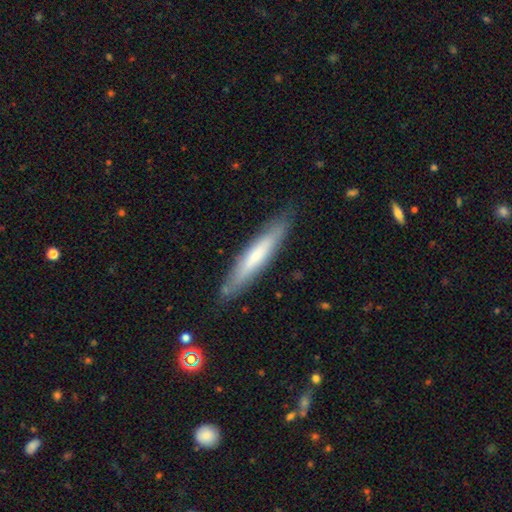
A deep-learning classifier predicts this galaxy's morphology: smooth 59%, featured or disk 35%, star or artifact 6%. Down the decision tree: how rounded — cigar-shaped (89%); merging — none (84%).